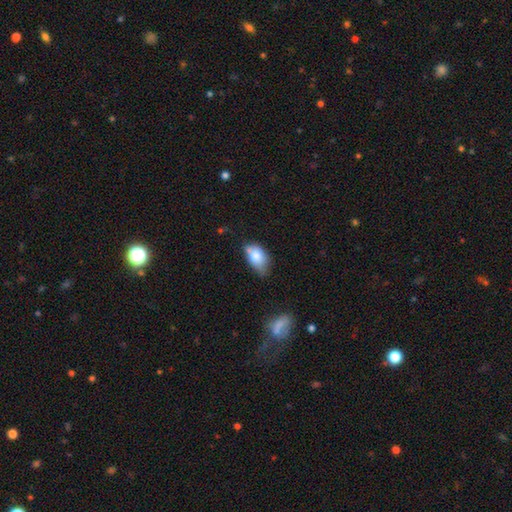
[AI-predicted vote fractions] Smooth or featured? Predicted: smooth (p=0.77). How rounded? Predicted: in between (p=0.88). Merging? Predicted: none (p=0.43).